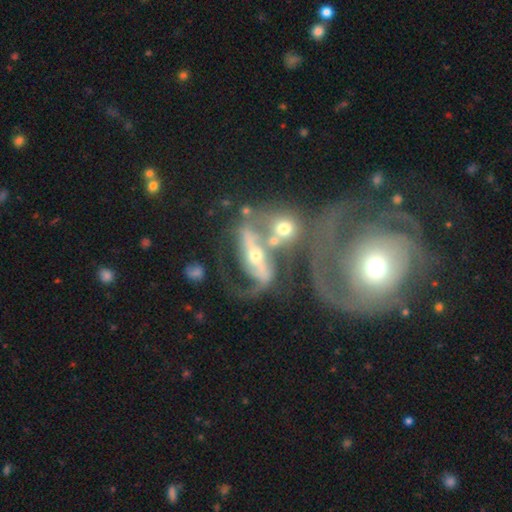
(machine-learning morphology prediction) This is likely a featured or disk galaxy (78%). It is clearly not viewed edge-on (92%). Bar: possibly strong (53%). Spiral arm pattern: clearly yes (81%). Spiral arm count: likely 2 (78%). Spiral winding: marginally loose (45%). Central bulge: possibly moderate (46%). Merging: possibly merger (55%).